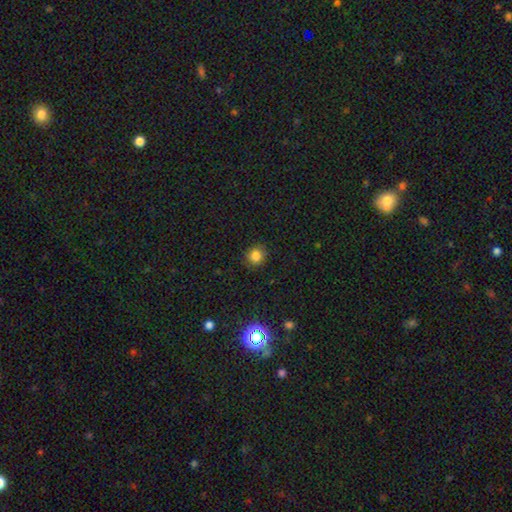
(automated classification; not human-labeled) Morphology: type=smooth (81%); roundness=round (86%); merging=none (87%).